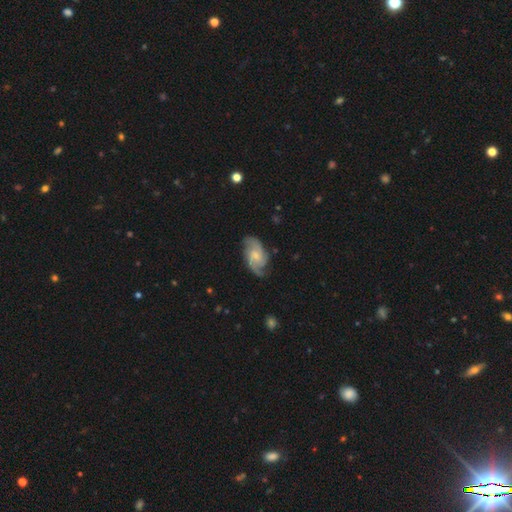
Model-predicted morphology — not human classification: A featured or disk galaxy (80%) with no bar (53%), 2 (62%) medium (49%) spiral arms (96%) and a small central bulge (51%).

Vote fractions:
- Smooth or featured? featured or disk: 80% / smooth: 14% / star or artifact: 5%
- Edge-on disk? no: 97% / yes: 3%
- Bar? no: 53% / weak: 41% / strong: 6%
- Spiral arms? yes: 96% / no: 4%
- Spiral winding? medium: 49% / tight: 27% / loose: 24%
- Spiral arm count? 2: 62% / 3: 18% / can't tell: 11% / 4: 4% / 1: 3% / more than 4: 3%
- Bulge size? small: 51% / moderate: 36% / none: 9% / large: 3% / dominant: 1%
- Merging? none: 71% / minor disturbance: 20% / major disturbance: 7% / merger: 1%